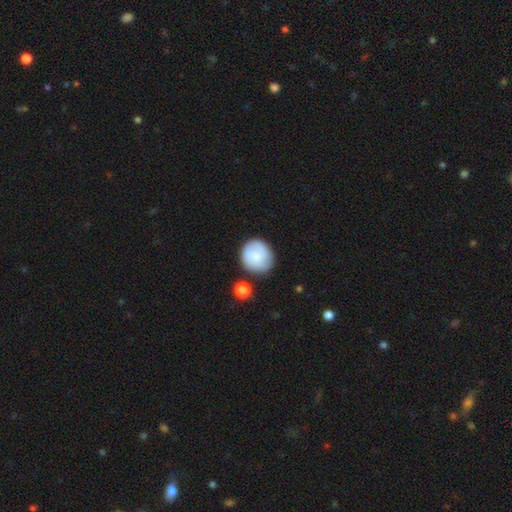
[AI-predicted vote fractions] Smooth or featured?
  - smooth: 74% *
  - featured or disk: 19%
  - star or artifact: 7%
How rounded?
  - round: 88% *
  - in between: 11%
  - cigar-shaped: 1%
Merging?
  - none: 77% *
  - minor disturbance: 14%
  - merger: 5%
  - major disturbance: 4%